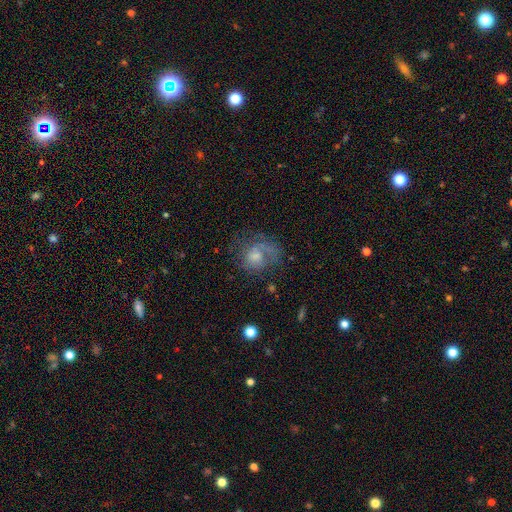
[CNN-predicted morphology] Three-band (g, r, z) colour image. It shows a featured or disk galaxy (44%). Merging: none (47%).